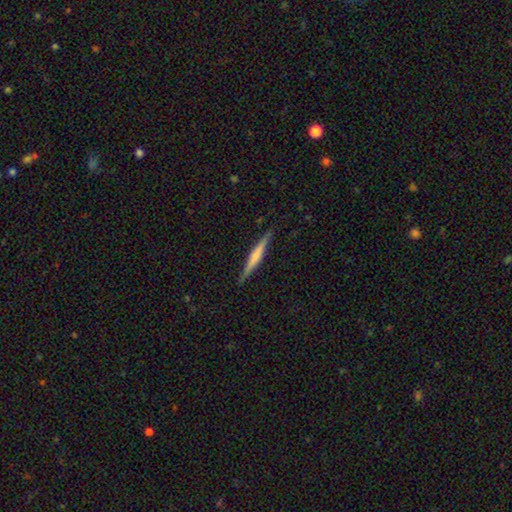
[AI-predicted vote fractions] Smooth or featured? featured or disk (55%)
Edge-on disk? yes (97%)
Edge-on bulge? rounded (39%, tied with none)
Merging? none (89%)